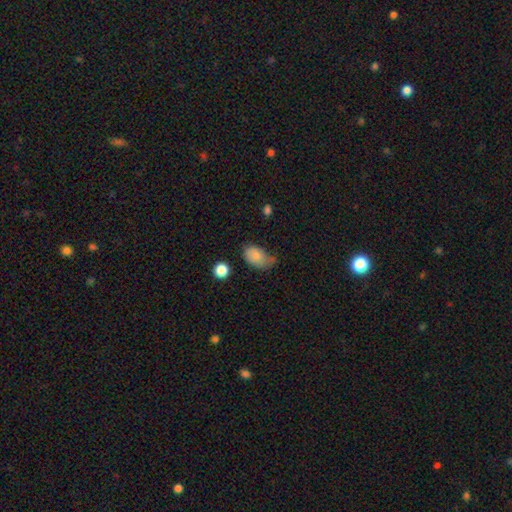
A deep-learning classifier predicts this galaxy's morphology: smooth_or_featured: smooth (p=0.80) [alt: featured or disk p=0.11]
how_rounded: in between (p=0.84) [alt: round p=0.14]
merging: none (p=0.40) [tied with: minor disturbance p=0.40]